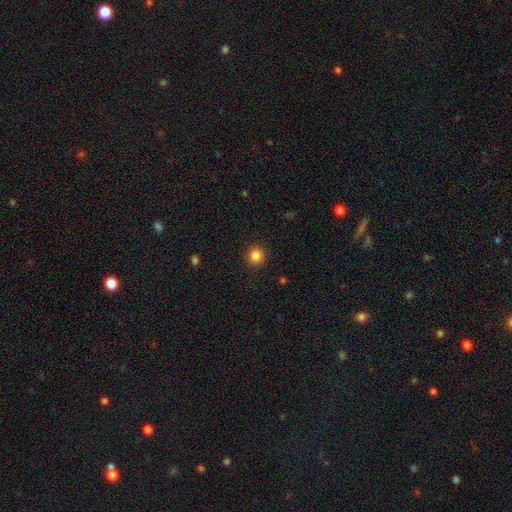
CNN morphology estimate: Smooth or featured? smooth (85%)
How rounded? round (93%)
Merging? none (92%)